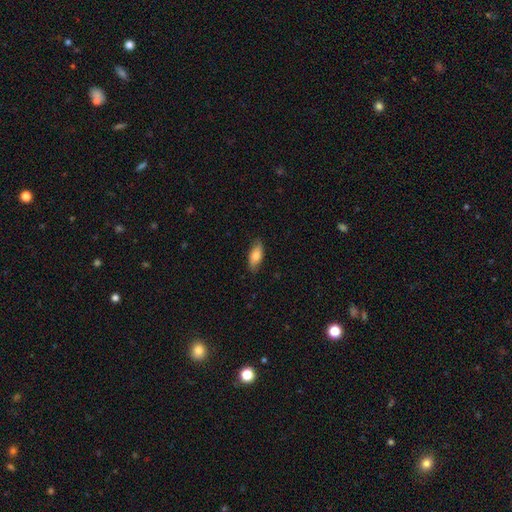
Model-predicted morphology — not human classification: A smooth galaxy with no disk features (76%) that is in between round and cigar-shaped (81%).

Vote fractions:
- Smooth or featured? smooth: 76% / featured or disk: 17% / star or artifact: 6%
- How rounded? in between: 81% / cigar-shaped: 16% / round: 3%
- Merging? none: 83% / minor disturbance: 14% / major disturbance: 2% / merger: 1%